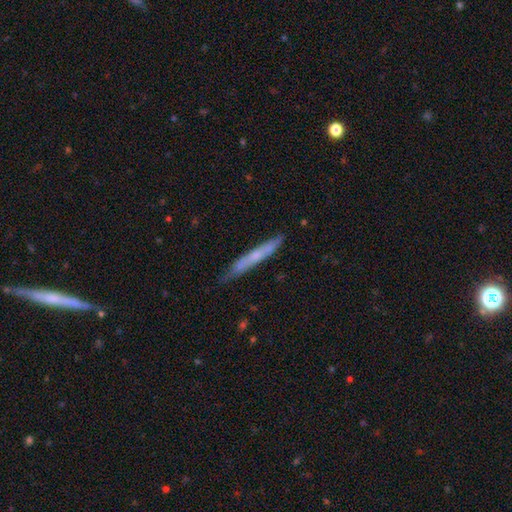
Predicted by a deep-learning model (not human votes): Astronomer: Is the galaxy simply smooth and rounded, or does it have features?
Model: smooth — 47% (runner-up: featured or disk, 46%).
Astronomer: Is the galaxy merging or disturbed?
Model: none — 77%.